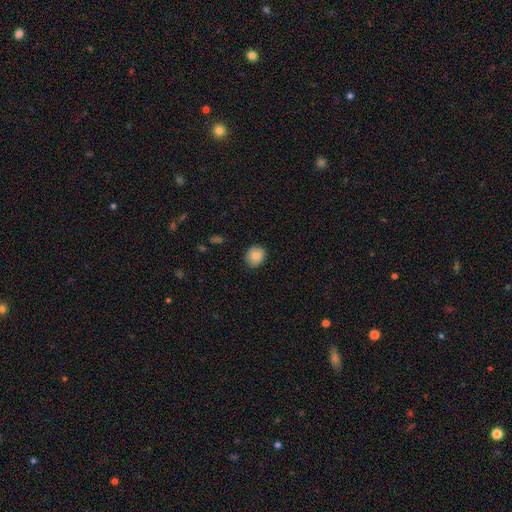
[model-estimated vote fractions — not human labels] smooth-or-featured: smooth: 86% | star or artifact: 8% | featured or disk: 6%
  how-rounded: round: 69% | in between: 30% | cigar-shaped: 1%
  merging: none: 85% | minor disturbance: 11% | major disturbance: 2% | merger: 1%